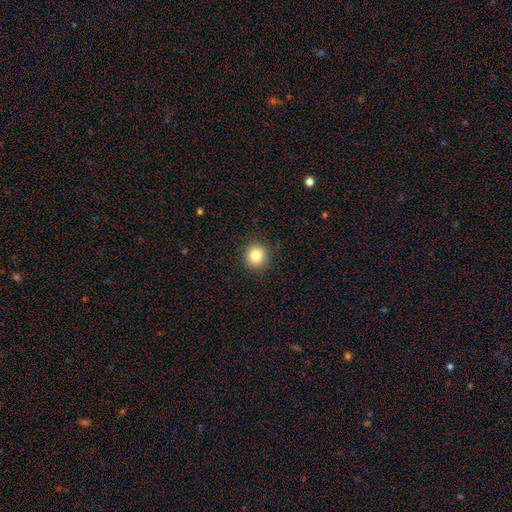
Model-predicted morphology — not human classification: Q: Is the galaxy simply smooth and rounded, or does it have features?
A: smooth — 82%.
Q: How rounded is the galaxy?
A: round — 93%.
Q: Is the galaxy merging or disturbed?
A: none — 91%.